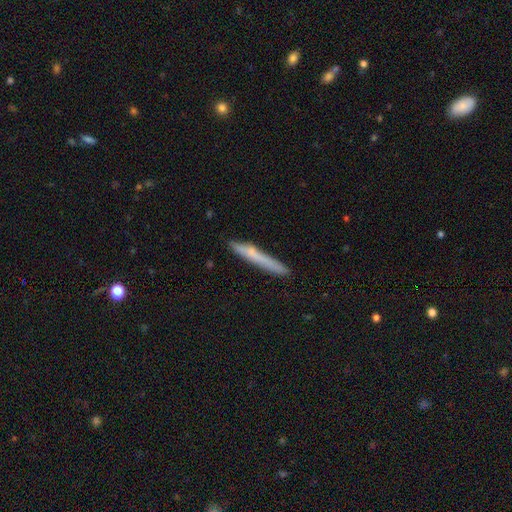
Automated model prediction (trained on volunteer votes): smooth-or-featured: smooth: 62% | featured or disk: 32% | star or artifact: 7%
  how-rounded: cigar-shaped: 96% | in between: 2% | round: 1%
  merging: none: 85% | minor disturbance: 11% | major disturbance: 2% | merger: 2%